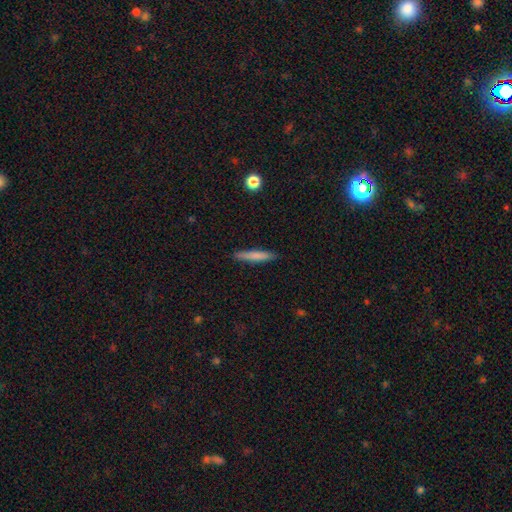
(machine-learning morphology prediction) This appears to be a smooth galaxy with no disk features (76%) that is cigar-shaped (93%). Merging: none (89%).